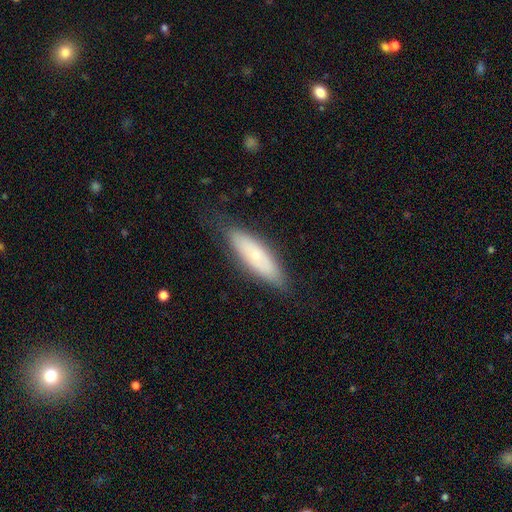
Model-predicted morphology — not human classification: This is likely a smooth galaxy (61%). How rounded: possibly cigar-shaped (54%). Merging: likely none (78%).